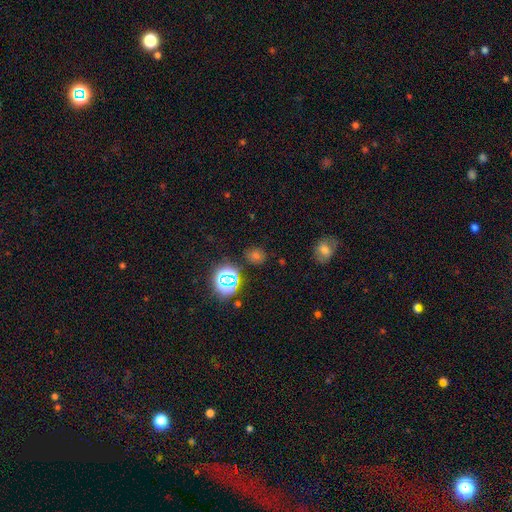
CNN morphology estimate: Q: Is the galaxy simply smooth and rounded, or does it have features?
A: smooth — 51%.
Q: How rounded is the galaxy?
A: round — 79%.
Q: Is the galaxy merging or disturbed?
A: none — 82%.